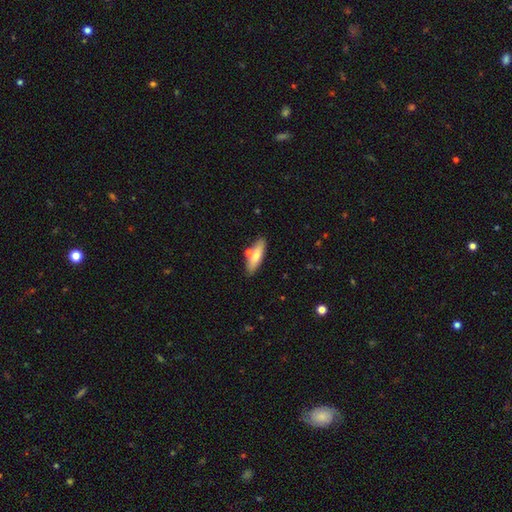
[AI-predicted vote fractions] This is likely a smooth galaxy (71%). How rounded: likely cigar-shaped (60%). Merging: likely none (76%).